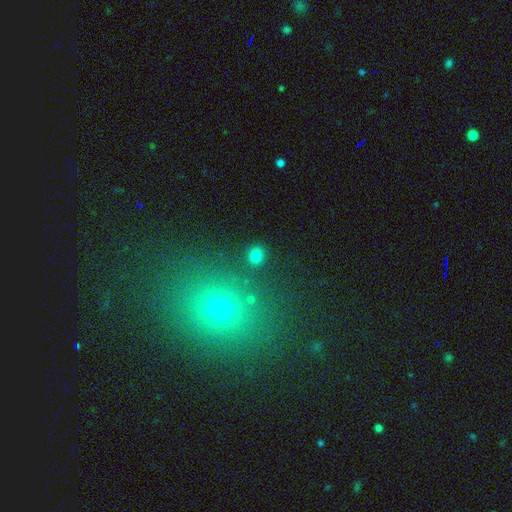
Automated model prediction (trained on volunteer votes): A smooth galaxy with no disk features (82%) that is round (78%). Merging: none (86%).